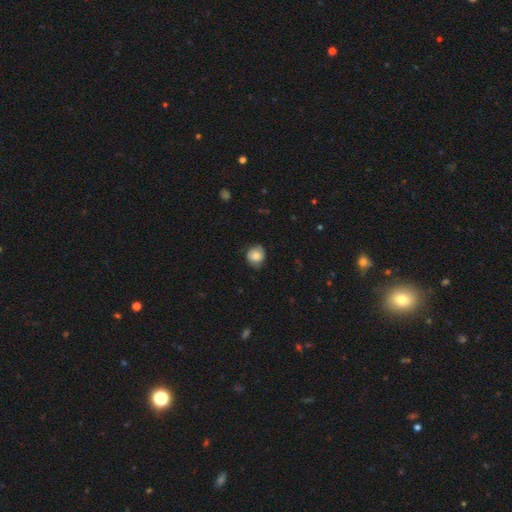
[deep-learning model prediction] Smooth or featured?
  - smooth: 76% *
  - featured or disk: 16%
  - star or artifact: 8%
How rounded?
  - round: 83% *
  - in between: 16%
  - cigar-shaped: 1%
Merging?
  - none: 73% *
  - minor disturbance: 21%
  - major disturbance: 5%
  - merger: 1%